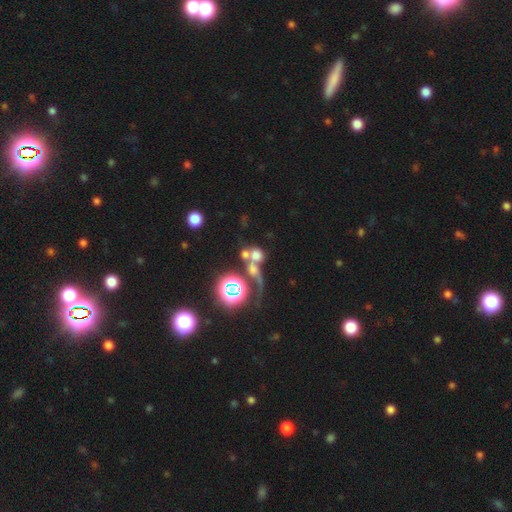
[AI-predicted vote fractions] smooth-or-featured: smooth: 53% | star or artifact: 24% | featured or disk: 23%
  how-rounded: round: 74% | in between: 24% | cigar-shaped: 2%
  merging: merger: 54% | none: 24% | major disturbance: 14% | minor disturbance: 8%